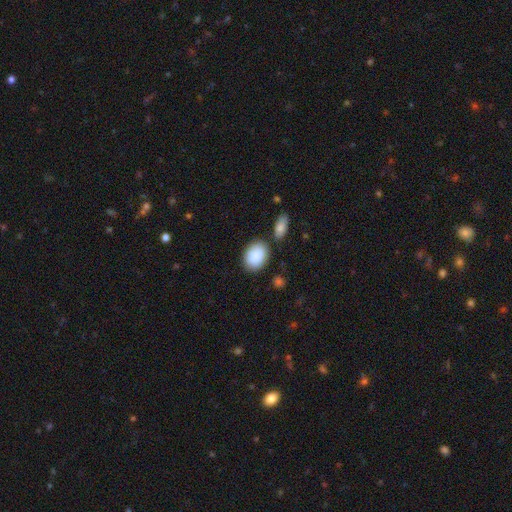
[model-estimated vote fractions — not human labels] A smooth galaxy with no disk features (90%) that is in between round and cigar-shaped (80%). Merging: none (73%).